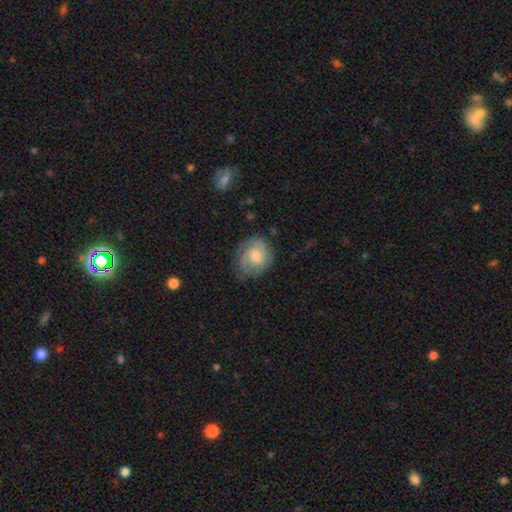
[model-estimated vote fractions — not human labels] Smooth or featured? Predicted: featured or disk (p=0.47). Merging? Predicted: none (p=0.67).